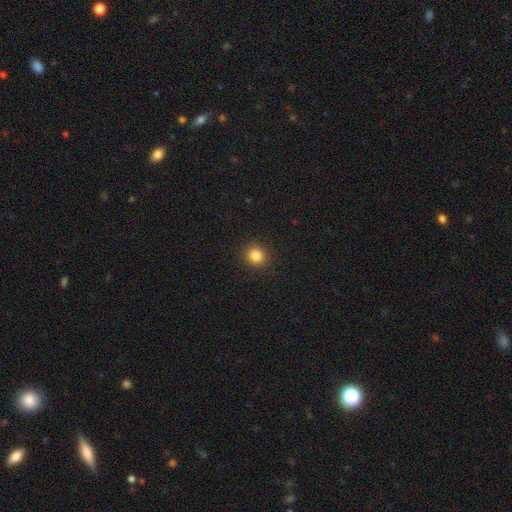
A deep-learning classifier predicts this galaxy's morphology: Smooth or featured? Predicted: smooth (p=0.84). How rounded? Predicted: round (p=0.87). Merging? Predicted: none (p=0.90).